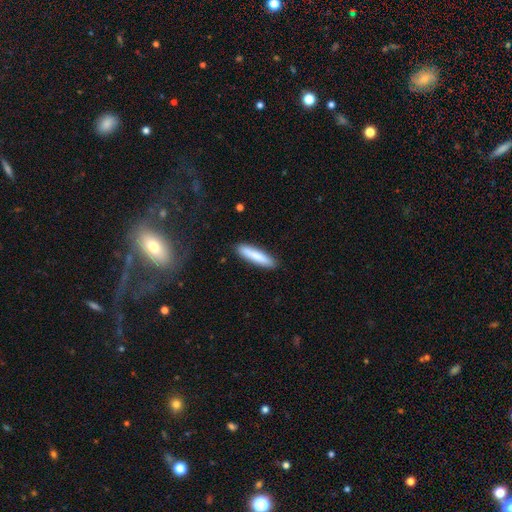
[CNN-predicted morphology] smooth 81%, featured or disk 13%, star or artifact 5%. Down the decision tree: how rounded — cigar-shaped (85%); merging — none (89%).